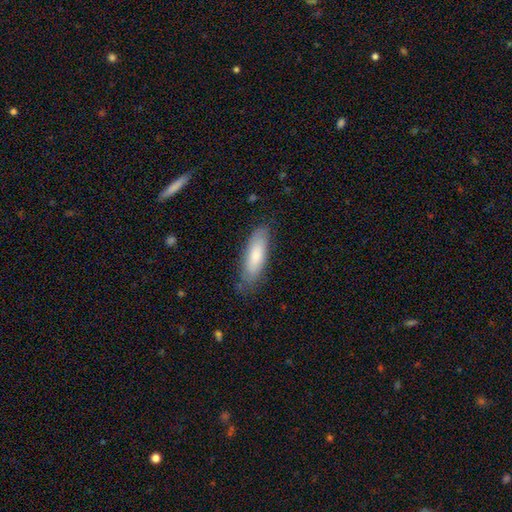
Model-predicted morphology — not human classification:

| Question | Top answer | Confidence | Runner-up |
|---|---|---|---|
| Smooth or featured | smooth | 73% | featured or disk (21%) |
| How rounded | in between | 54% | cigar-shaped (44%) |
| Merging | none | 76% | minor disturbance (19%) |